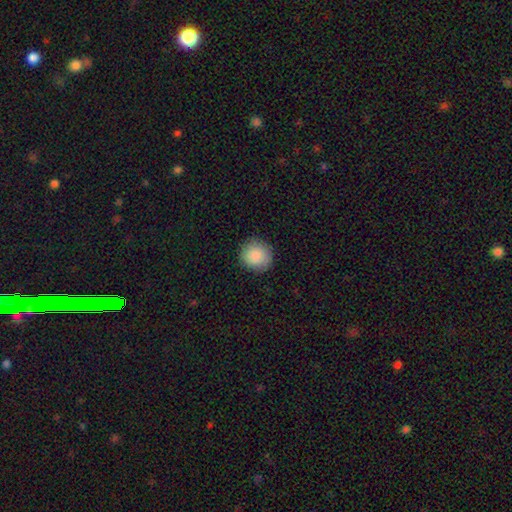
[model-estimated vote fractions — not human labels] Smooth or featured: smooth — 88% (star or artifact — 7%)
How rounded: round — 91% (in between — 8%)
Merging: none — 87% (minor disturbance — 10%)